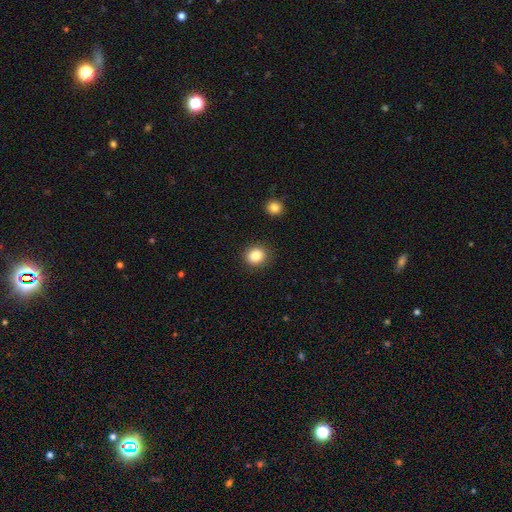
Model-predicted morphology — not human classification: Smooth or featured? smooth (85%)
How rounded? round (77%)
Merging? none (88%)